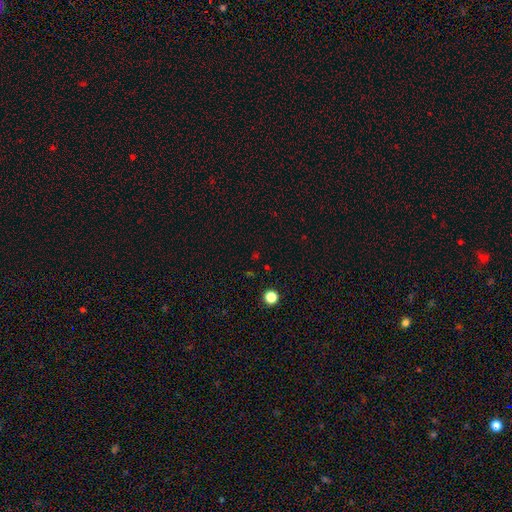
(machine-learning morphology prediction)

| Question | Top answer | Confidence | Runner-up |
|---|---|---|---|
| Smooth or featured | star or artifact | 57% | smooth (37%) |